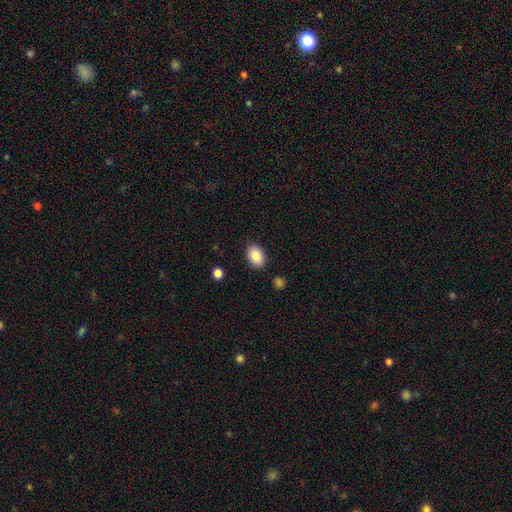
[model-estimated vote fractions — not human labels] This appears to be a smooth galaxy with no disk features (87%) that is in between round and cigar-shaped (84%). Merging: none (87%).